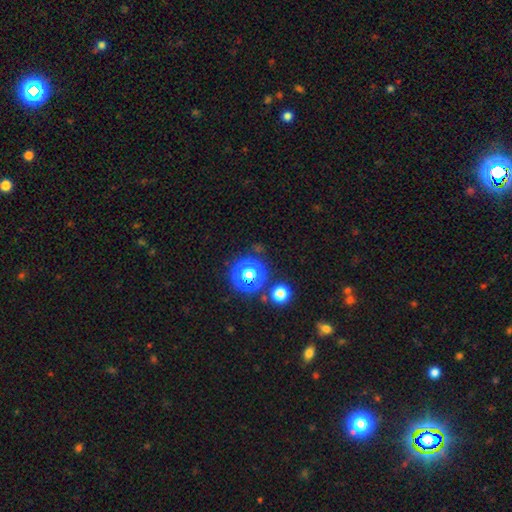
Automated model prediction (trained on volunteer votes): This appears to be a star or artifact, not a galaxy (62%).